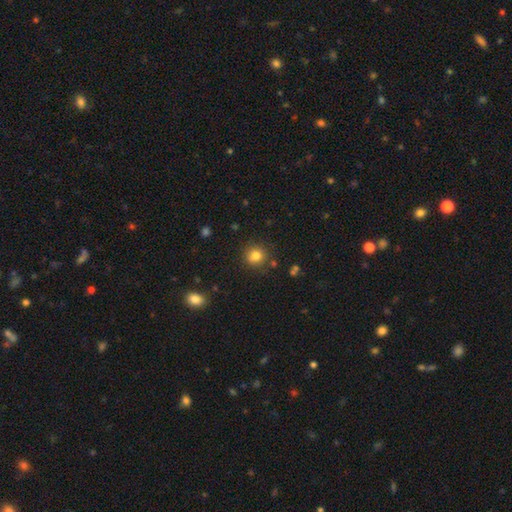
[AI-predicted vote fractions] Smooth or featured: smooth — 81% (star or artifact — 12%)
How rounded: round — 90% (in between — 9%)
Merging: none — 85% (minor disturbance — 9%)